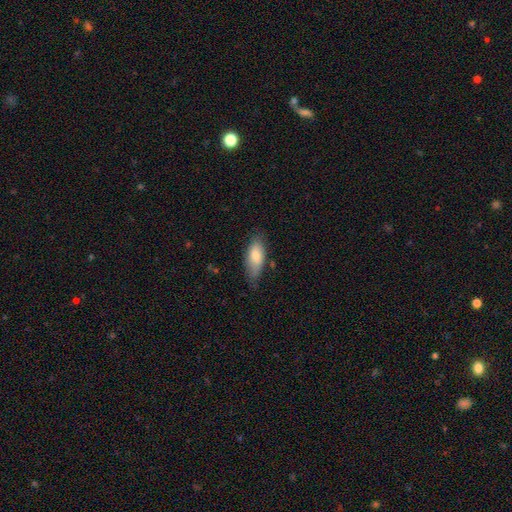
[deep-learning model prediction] smooth-or-featured: smooth: 80% | featured or disk: 14% | star or artifact: 6%
  how-rounded: in between: 81% | cigar-shaped: 16% | round: 2%
  merging: none: 68% | minor disturbance: 25% | major disturbance: 5% | merger: 2%